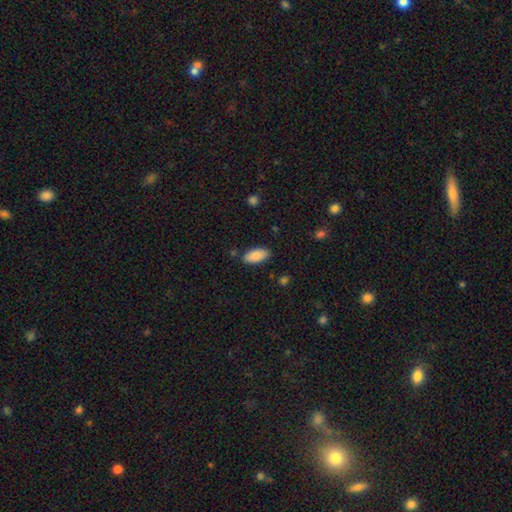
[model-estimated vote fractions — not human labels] This is clearly a smooth galaxy (88%). How rounded: clearly in between (90%). Merging: clearly none (85%).